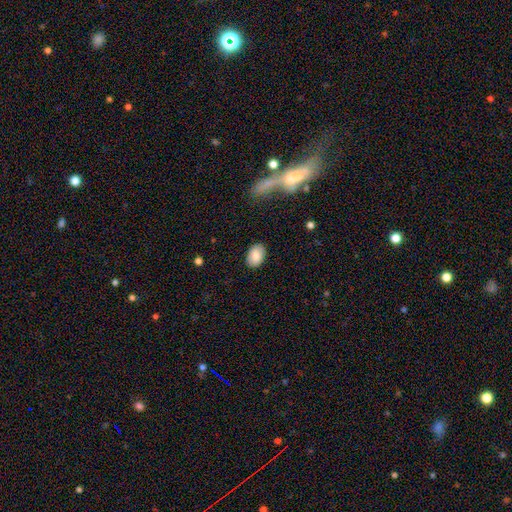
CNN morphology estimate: type=smooth (84%); roundness=in between (86%); merging=none (87%).